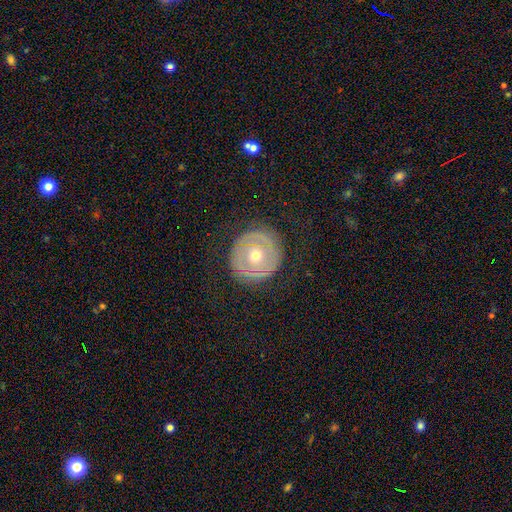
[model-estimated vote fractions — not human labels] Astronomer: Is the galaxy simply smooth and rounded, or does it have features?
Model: featured or disk — 63%.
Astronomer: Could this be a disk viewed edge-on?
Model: no — 95%.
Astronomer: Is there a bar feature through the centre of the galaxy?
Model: no — 83%.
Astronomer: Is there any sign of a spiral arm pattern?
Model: yes — 56% (runner-up: no, 44%).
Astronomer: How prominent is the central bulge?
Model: small — 51% (runner-up: moderate, 45%).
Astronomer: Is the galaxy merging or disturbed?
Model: none — 80%.